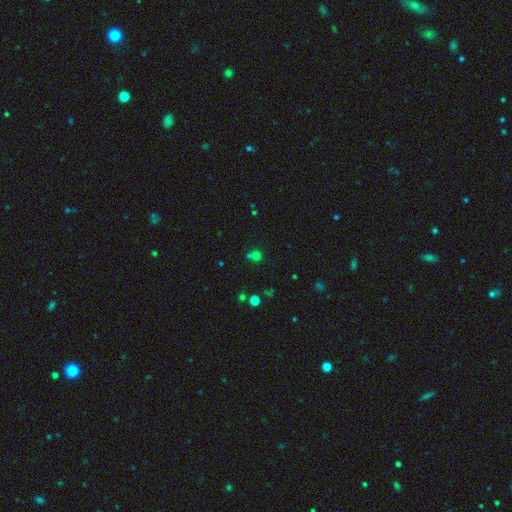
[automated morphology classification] A smooth galaxy with no disk features (61%) that is round (86%). Merging: none (59%).